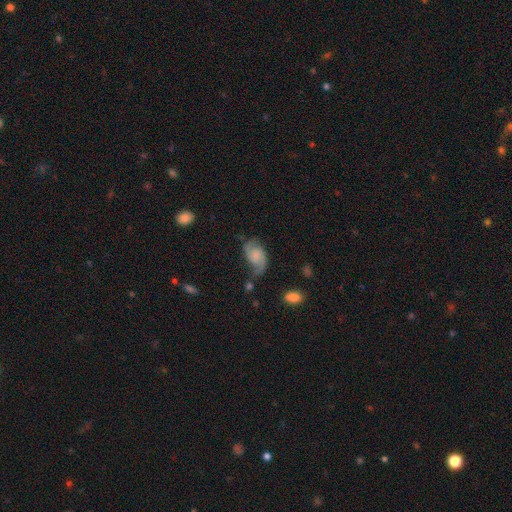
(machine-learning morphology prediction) This appears to be a featured or disk galaxy (68%) with no bar (68%), 2 (86%) loose (45%) spiral arms (93%) and no central bulge (42%). Merging: none (52%).